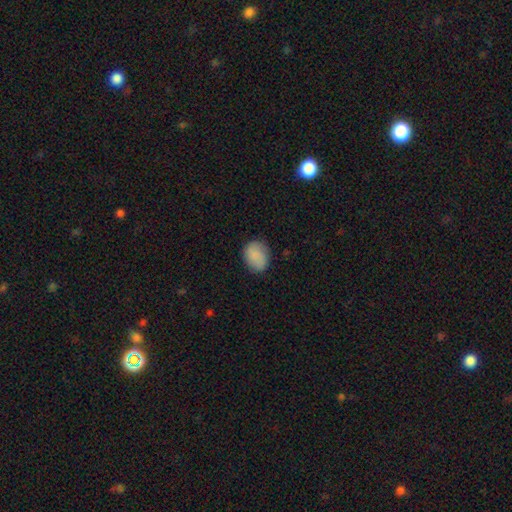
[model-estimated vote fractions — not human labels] Overall: smooth (84%). How rounded: in between (54%; round 45%). Merging: none (81%).